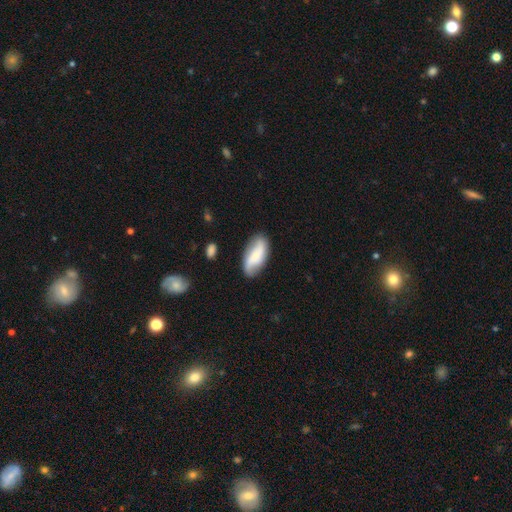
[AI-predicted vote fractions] A smooth galaxy with no disk features (49%).

Vote fractions:
- Smooth or featured? smooth: 49% / featured or disk: 44% / star or artifact: 7%
- Merging? none: 78% / minor disturbance: 16% / major disturbance: 4% / merger: 2%